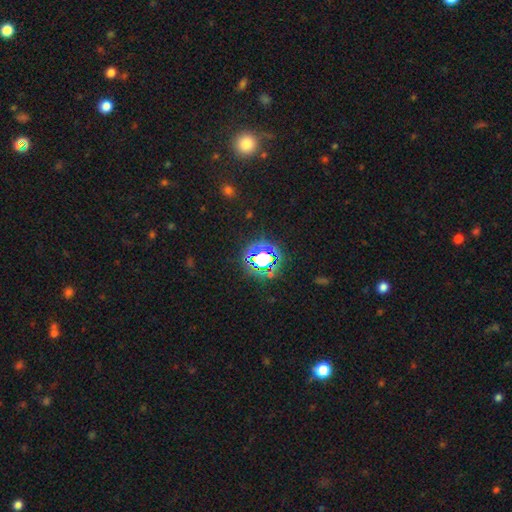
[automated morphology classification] Smooth or featured: star or artifact — 71% (smooth — 19%)